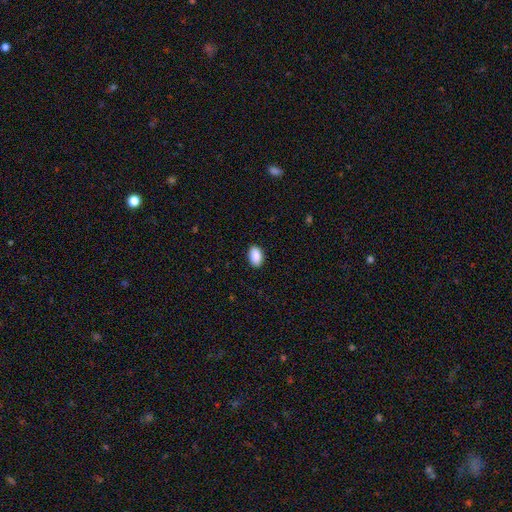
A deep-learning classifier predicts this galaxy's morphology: Smooth or featured?
  - smooth: 91% *
  - star or artifact: 7%
  - featured or disk: 3%
How rounded?
  - in between: 92% *
  - round: 7%
  - cigar-shaped: 1%
Merging?
  - none: 89% *
  - minor disturbance: 8%
  - major disturbance: 2%
  - merger: 1%